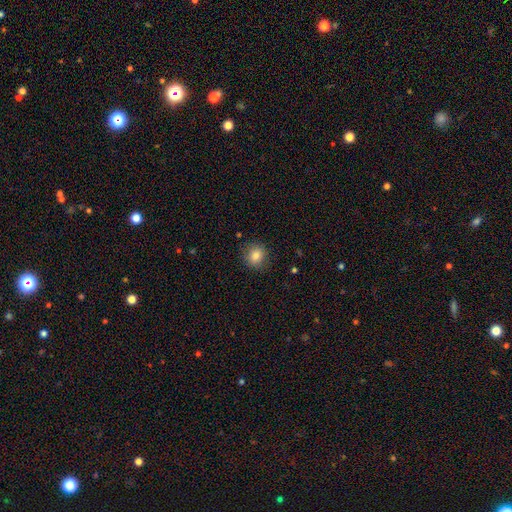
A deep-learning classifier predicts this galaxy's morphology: Overall: smooth (82%). How rounded: round (81%). Merging: none (86%).